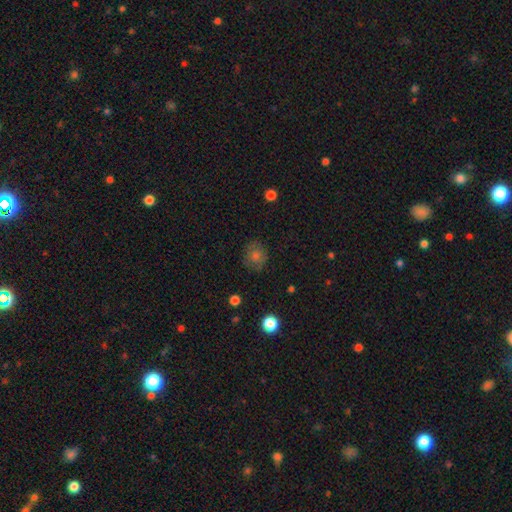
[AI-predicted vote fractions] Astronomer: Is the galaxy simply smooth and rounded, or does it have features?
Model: smooth — 62%.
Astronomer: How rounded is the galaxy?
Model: round — 74%.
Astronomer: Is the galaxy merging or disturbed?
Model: none — 81%.